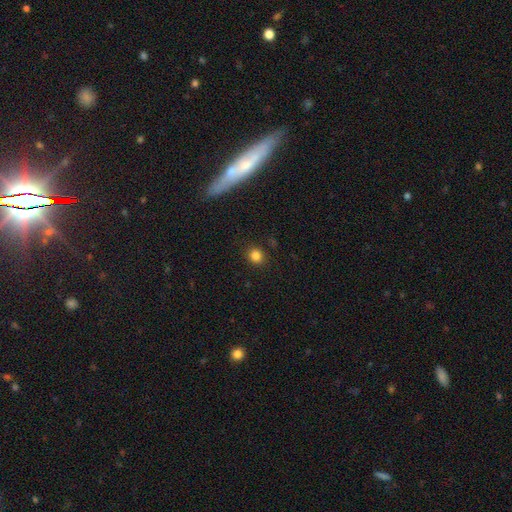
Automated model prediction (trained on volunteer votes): This is clearly a smooth galaxy (82%). How rounded: clearly round (82%). Merging: clearly none (88%).